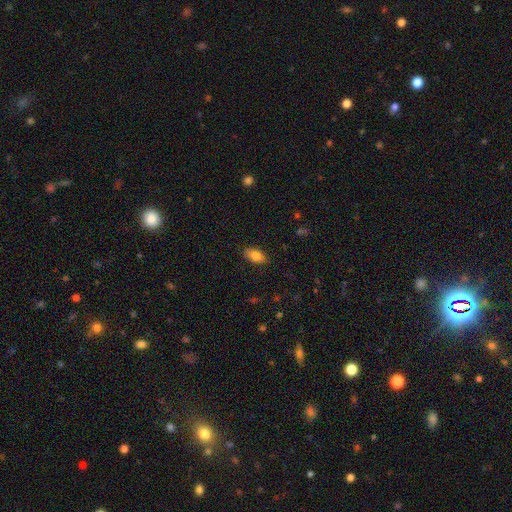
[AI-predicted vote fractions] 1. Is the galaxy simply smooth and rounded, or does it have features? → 81% smooth, 11% featured or disk, 8% star or artifact.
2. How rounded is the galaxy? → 89% in between, 6% round, 5% cigar-shaped.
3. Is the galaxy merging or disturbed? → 85% none, 12% minor disturbance, 2% major disturbance, 1% merger.